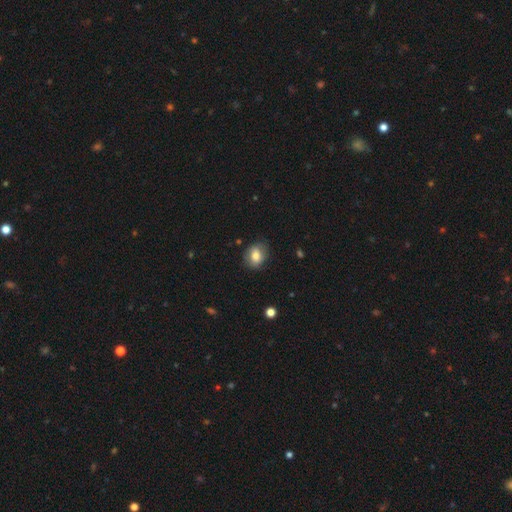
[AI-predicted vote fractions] This is likely a smooth galaxy (74%). How rounded: possibly in between (56%). Merging: likely none (79%).